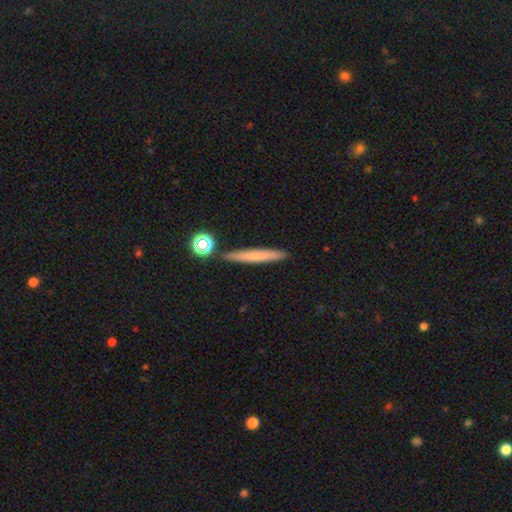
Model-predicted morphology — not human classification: A smooth galaxy with no disk features (64%) that is cigar-shaped (94%).

Vote fractions:
- Smooth or featured? smooth: 64% / featured or disk: 27% / star or artifact: 9%
- How rounded? cigar-shaped: 94% / in between: 4% / round: 2%
- Merging? none: 88% / minor disturbance: 7% / merger: 3% / major disturbance: 2%